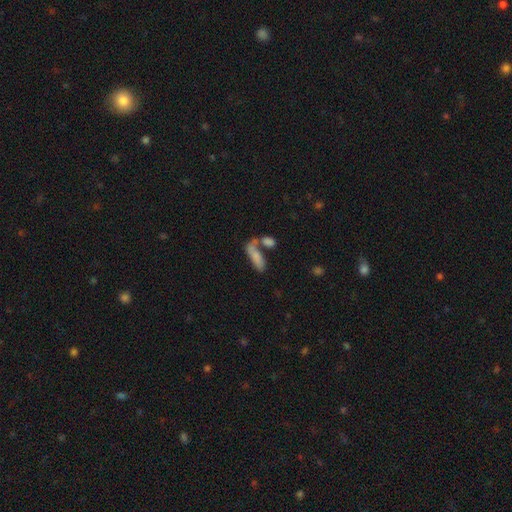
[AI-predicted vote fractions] Smooth or featured? smooth (72%)
How rounded? in between (61%)
Merging? merger (41%)